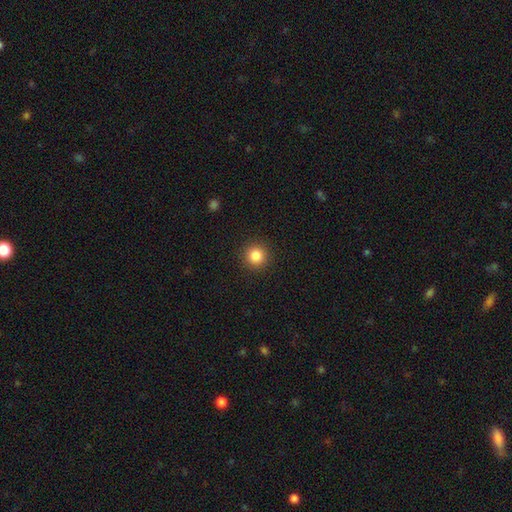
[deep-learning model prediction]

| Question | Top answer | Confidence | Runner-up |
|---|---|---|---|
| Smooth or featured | smooth | 85% | star or artifact (11%) |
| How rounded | round | 95% | in between (4%) |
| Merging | none | 92% | minor disturbance (5%) |